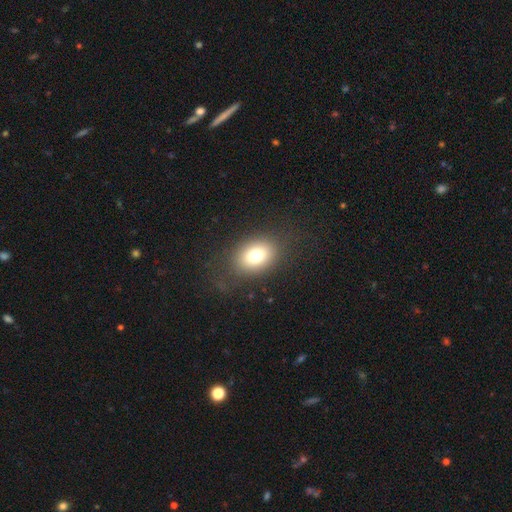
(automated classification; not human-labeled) smooth_or_featured: smooth (p=0.74) [alt: featured or disk p=0.14]
how_rounded: in between (p=0.71) [alt: round p=0.28]
merging: none (p=0.79) [alt: minor disturbance p=0.12]